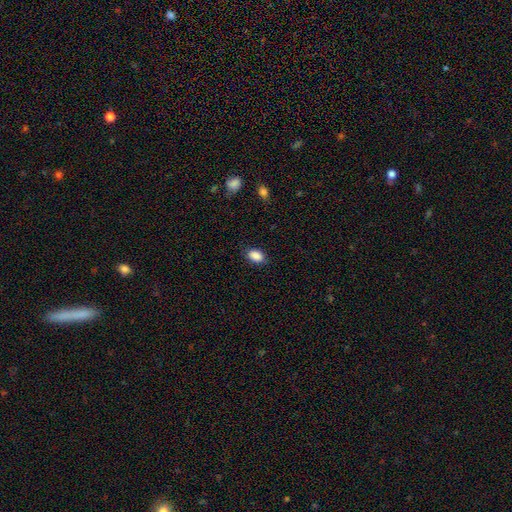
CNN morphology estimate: Q: Smooth or featured?
A: smooth (89%); runner-up: star or artifact (8%)
Q: How rounded?
A: in between (87%); runner-up: round (12%)
Q: Merging?
A: none (83%); runner-up: minor disturbance (13%)